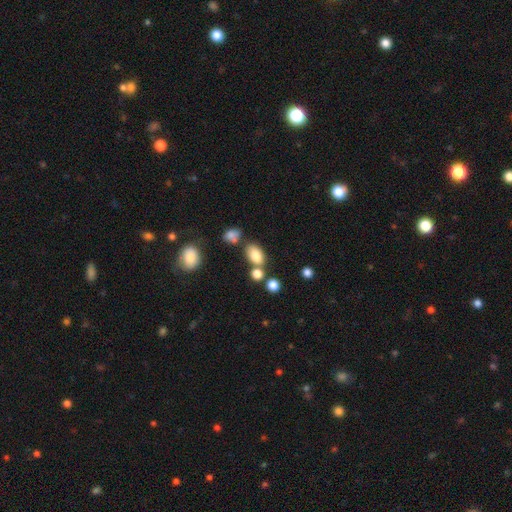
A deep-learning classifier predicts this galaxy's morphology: This appears to be a smooth galaxy with no disk features (80%) that is in between round and cigar-shaped (85%). Merging: none (60%).